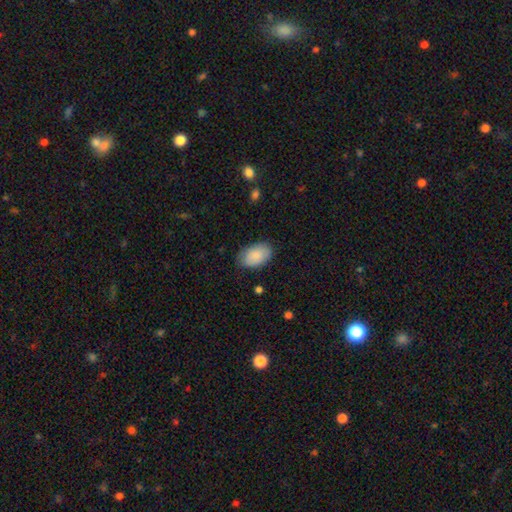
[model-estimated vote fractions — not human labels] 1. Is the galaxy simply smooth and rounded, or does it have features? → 85% smooth, 9% featured or disk, 6% star or artifact.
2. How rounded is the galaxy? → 93% in between, 6% round, 1% cigar-shaped.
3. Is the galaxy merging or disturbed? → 80% none, 15% minor disturbance, 3% major disturbance, 1% merger.